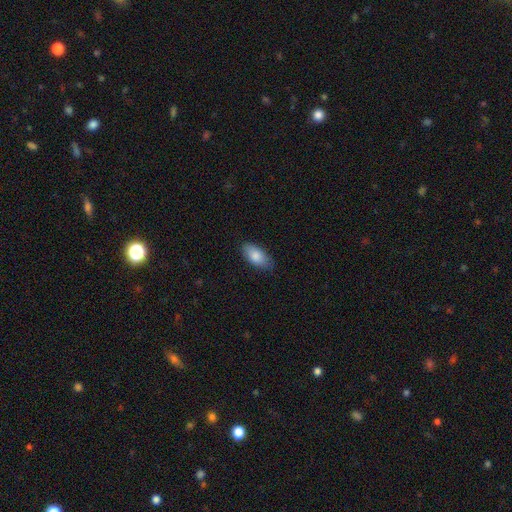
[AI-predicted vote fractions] This is clearly a smooth galaxy (84%). How rounded: clearly in between (91%). Merging: clearly none (82%).